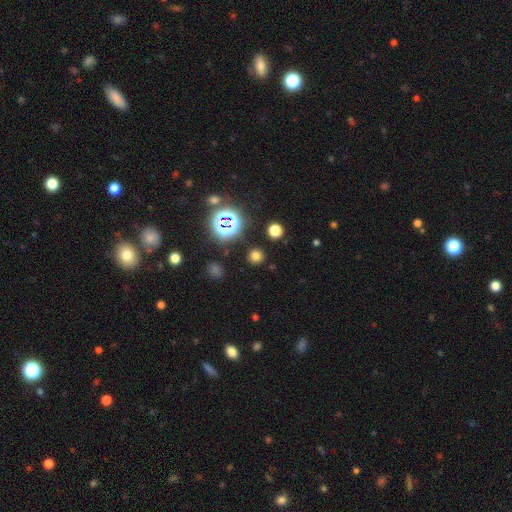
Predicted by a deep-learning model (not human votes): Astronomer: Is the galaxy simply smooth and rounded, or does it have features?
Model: smooth — 66%.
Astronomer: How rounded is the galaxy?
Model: round — 90%.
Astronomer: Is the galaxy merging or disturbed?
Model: none — 88%.